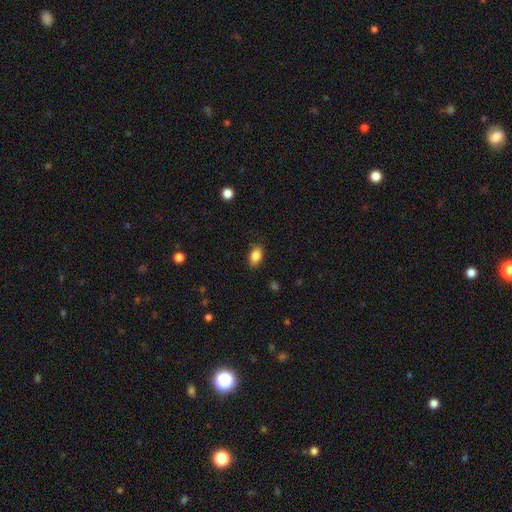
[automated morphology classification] This appears to be a smooth galaxy with no disk features (86%) that is in between round and cigar-shaped (88%). Merging: none (85%).